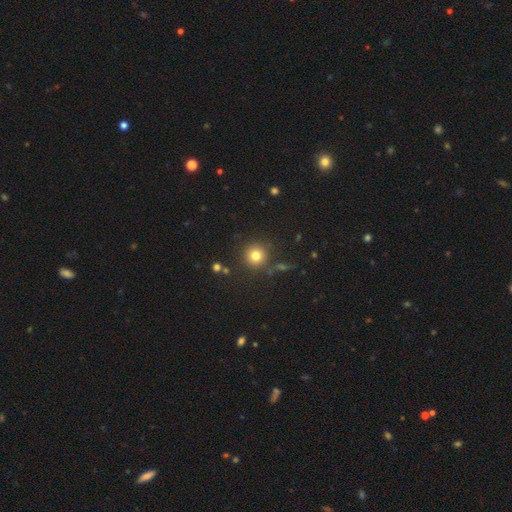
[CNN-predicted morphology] type=smooth (80%); roundness=round (94%); merging=none (85%).